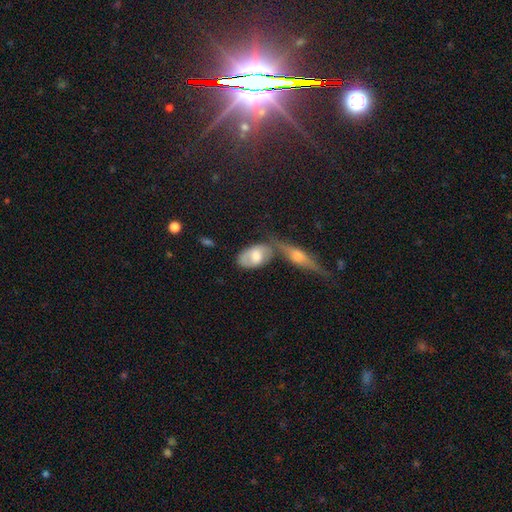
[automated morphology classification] type=smooth (59%); roundness=in between (90%); merging=merger (37%).